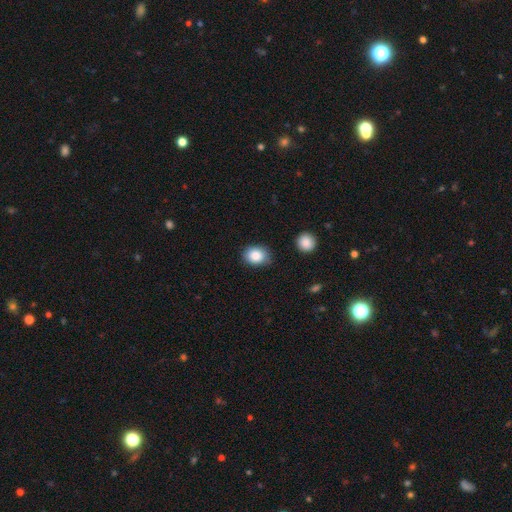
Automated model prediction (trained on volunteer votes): The model was most divided on "how rounded": in between: 51%, round: 48%, cigar-shaped: 1%. More confident: smooth or featured — smooth (85%); merging — none (77%).